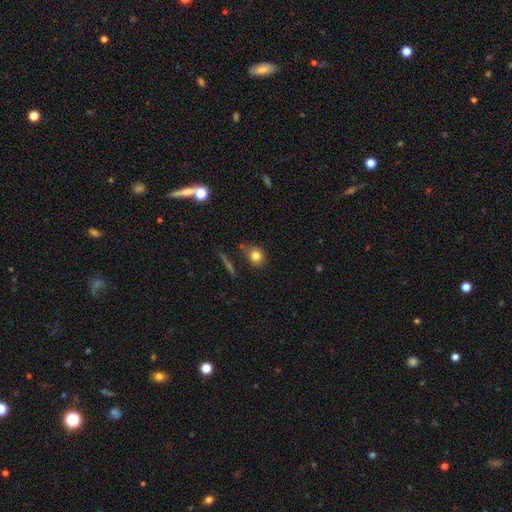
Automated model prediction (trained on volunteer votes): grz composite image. It shows a smooth galaxy with no disk features (79%) that is round (66%). Merging: none (73%).